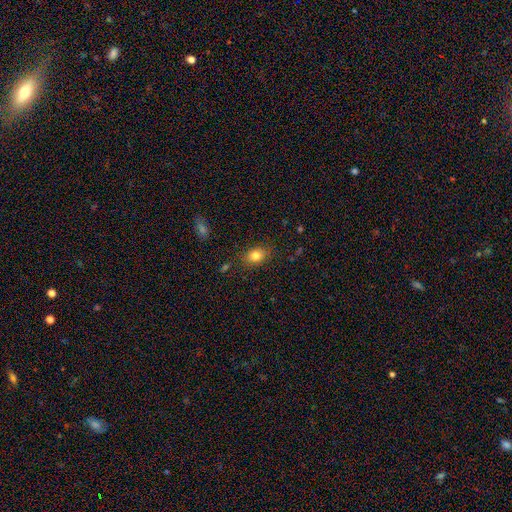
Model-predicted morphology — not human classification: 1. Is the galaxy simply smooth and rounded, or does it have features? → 82% smooth, 10% star or artifact, 8% featured or disk.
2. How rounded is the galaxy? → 69% in between, 29% round, 1% cigar-shaped.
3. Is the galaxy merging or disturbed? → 84% none, 11% minor disturbance, 3% major disturbance, 2% merger.